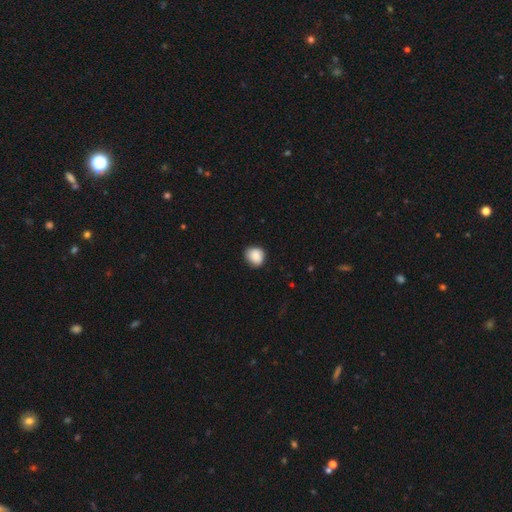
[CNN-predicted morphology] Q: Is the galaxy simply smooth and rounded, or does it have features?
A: smooth — 87%.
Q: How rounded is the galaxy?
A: round — 73%.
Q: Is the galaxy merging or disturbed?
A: none — 77%.